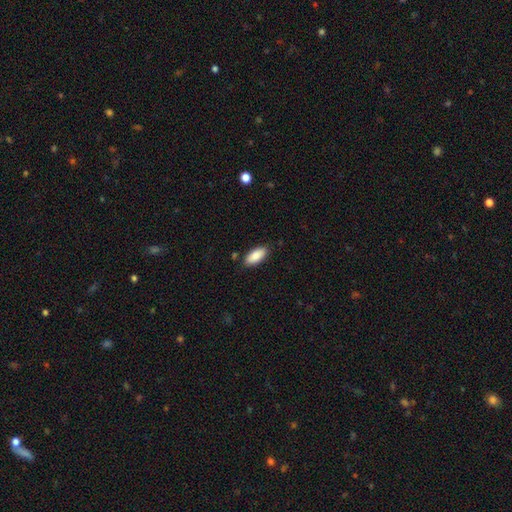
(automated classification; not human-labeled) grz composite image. It shows a smooth galaxy with no disk features (88%) that is in between round and cigar-shaped (88%). Merging: none (85%).